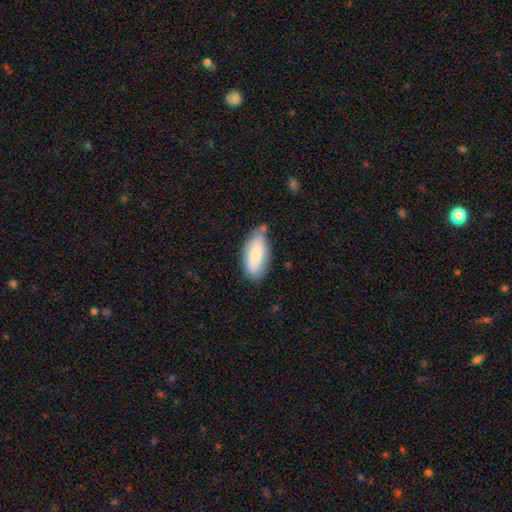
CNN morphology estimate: A smooth galaxy with no disk features (65%) that is in between round and cigar-shaped (89%). Merging: none (57%).